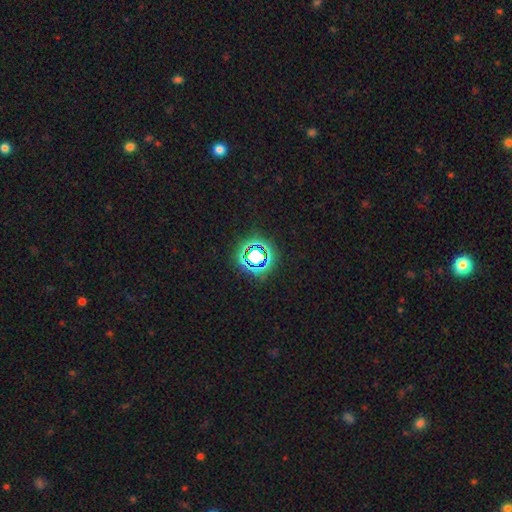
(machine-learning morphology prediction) This appears to be a star or artifact, not a galaxy (65%).